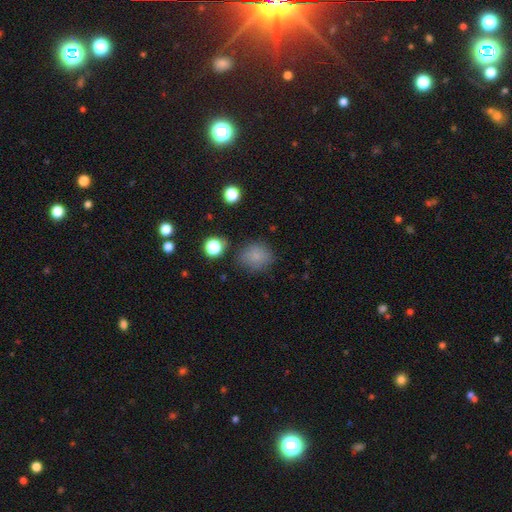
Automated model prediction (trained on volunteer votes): This appears to be a smooth galaxy with no disk features (80%) that is round (72%). Merging: none (78%).